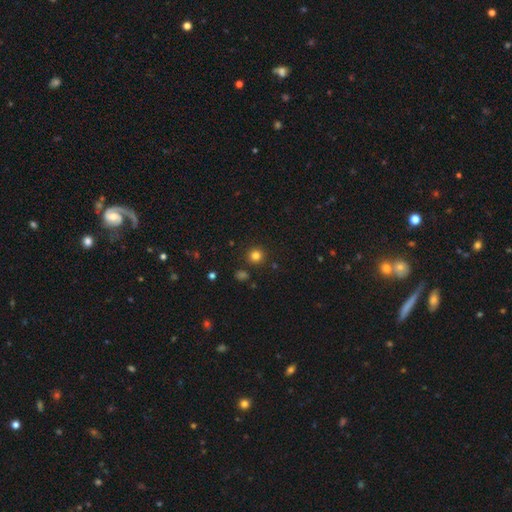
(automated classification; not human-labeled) smooth-or-featured: smooth: 81% | star or artifact: 14% | featured or disk: 5%
  how-rounded: round: 94% | in between: 5% | cigar-shaped: 1%
  merging: none: 90% | minor disturbance: 6% | merger: 3% | major disturbance: 2%